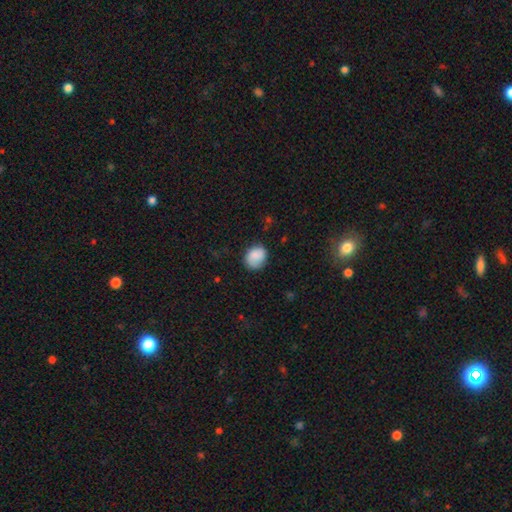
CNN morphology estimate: A smooth galaxy with no disk features (81%) that is round (55%). Merging: none (73%).